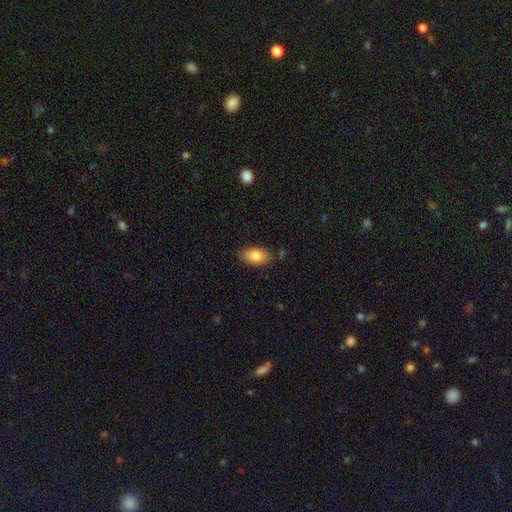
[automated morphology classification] Overall: smooth (83%). How rounded: in between (91%). Merging: none (81%).